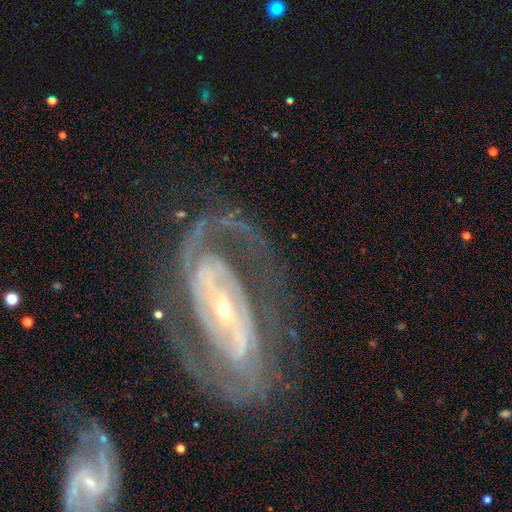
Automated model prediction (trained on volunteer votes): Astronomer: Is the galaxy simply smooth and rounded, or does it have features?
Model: featured or disk — 89%.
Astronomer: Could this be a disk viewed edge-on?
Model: no — 95%.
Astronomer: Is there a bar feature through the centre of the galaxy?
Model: strong — 49% (runner-up: weak, 28%).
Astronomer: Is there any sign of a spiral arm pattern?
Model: yes — 95%.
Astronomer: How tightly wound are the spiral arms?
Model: medium — 44% (runner-up: tight, 42%).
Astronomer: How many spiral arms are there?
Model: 2 — 72%.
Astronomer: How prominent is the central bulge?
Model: small — 77%.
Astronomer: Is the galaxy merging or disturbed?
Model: none — 69%.